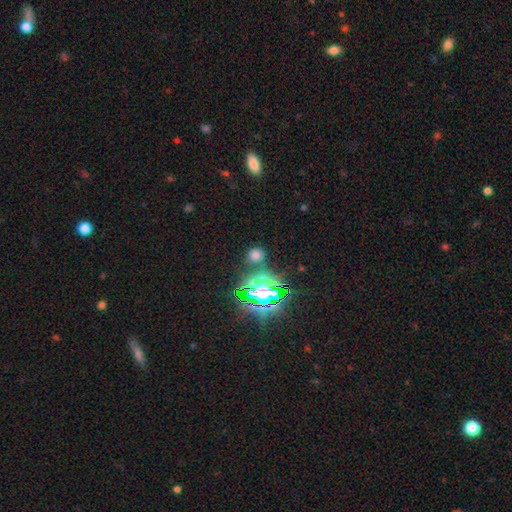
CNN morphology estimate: A smooth galaxy with no disk features (60%) that is round (84%). Merging: none (81%).